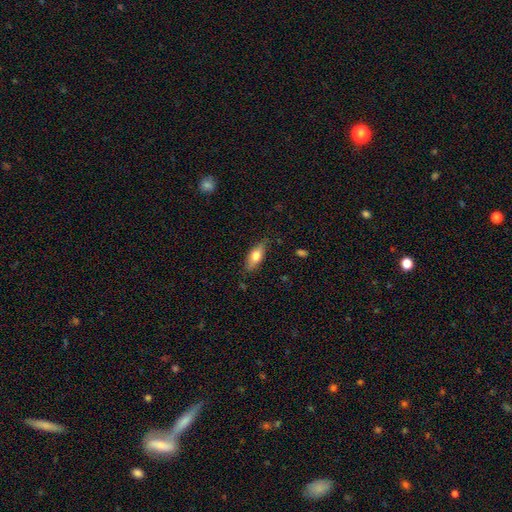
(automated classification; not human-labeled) Smooth or featured?
  - smooth: 71% *
  - featured or disk: 22%
  - star or artifact: 7%
How rounded?
  - in between: 74% *
  - cigar-shaped: 23%
  - round: 3%
Merging?
  - none: 79% *
  - minor disturbance: 16%
  - major disturbance: 3%
  - merger: 1%